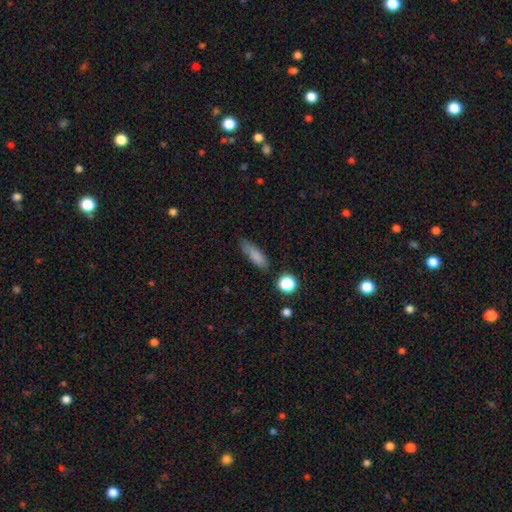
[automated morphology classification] This appears to be a smooth galaxy with no disk features (82%) that is in between round and cigar-shaped (52%). Merging: none (73%).